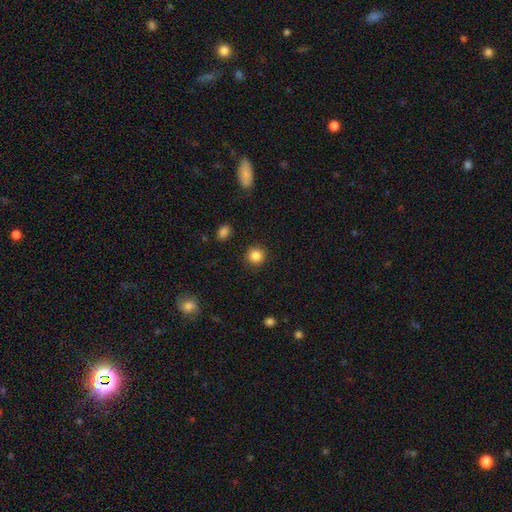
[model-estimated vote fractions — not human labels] A smooth galaxy with no disk features (85%) that is round (92%). Merging: none (91%).